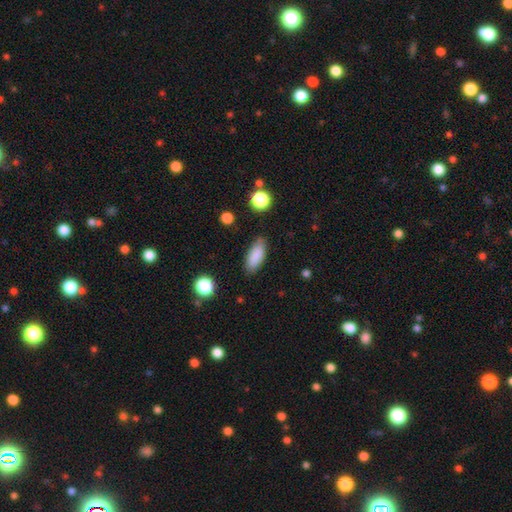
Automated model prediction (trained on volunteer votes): smooth-or-featured: smooth: 86% | star or artifact: 7% | featured or disk: 7%
  how-rounded: in between: 74% | cigar-shaped: 23% | round: 2%
  merging: none: 84% | minor disturbance: 12% | major disturbance: 3% | merger: 2%